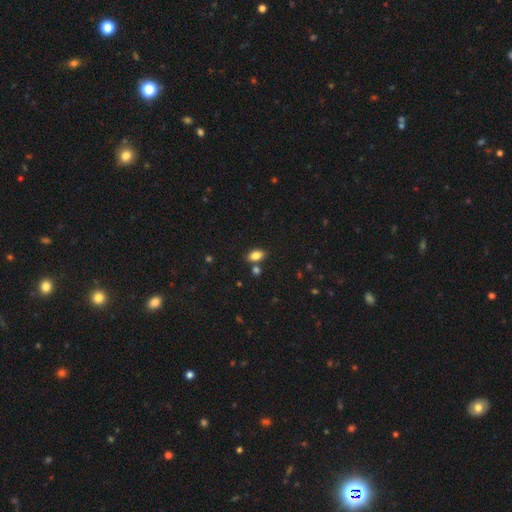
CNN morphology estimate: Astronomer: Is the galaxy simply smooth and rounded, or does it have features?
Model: smooth — 84%.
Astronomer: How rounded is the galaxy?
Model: in between — 89%.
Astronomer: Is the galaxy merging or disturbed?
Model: none — 73%.